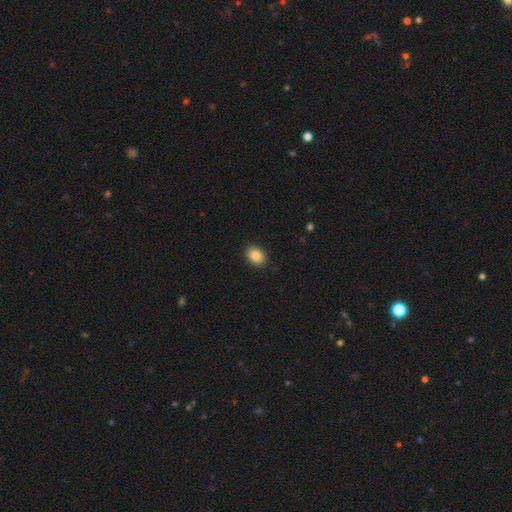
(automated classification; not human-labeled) Smooth or featured? Predicted: smooth (p=0.88). How rounded? Predicted: in between (p=0.74). Merging? Predicted: none (p=0.89).